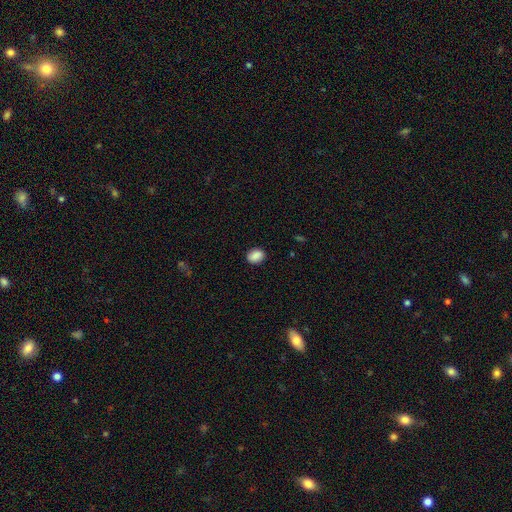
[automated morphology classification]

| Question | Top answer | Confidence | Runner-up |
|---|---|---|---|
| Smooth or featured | smooth | 89% | star or artifact (8%) |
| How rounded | in between | 64% | round (35%) |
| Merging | none | 88% | minor disturbance (9%) |